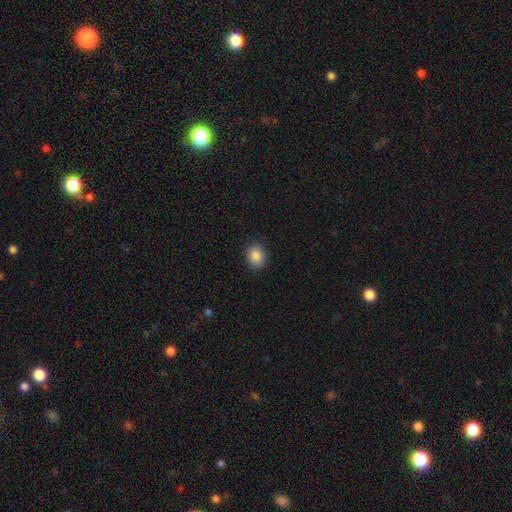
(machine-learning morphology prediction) Smooth or featured: smooth — 86% (star or artifact — 9%)
How rounded: in between — 54% (round — 45%)
Merging: none — 89% (minor disturbance — 8%)